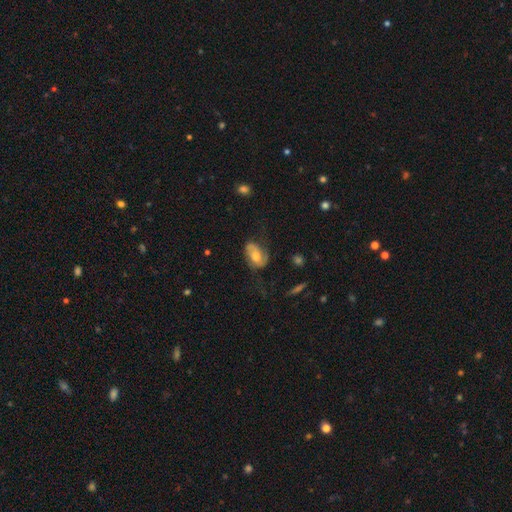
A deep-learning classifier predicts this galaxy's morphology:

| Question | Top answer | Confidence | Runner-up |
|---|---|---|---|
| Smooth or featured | featured or disk | 59% | smooth (34%) |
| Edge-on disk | no | 95% | yes (5%) |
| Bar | no | 54% | weak (33%) |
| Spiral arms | yes | 85% | no (15%) |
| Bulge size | moderate | 65% | small (20%) |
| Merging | none | 57% | minor disturbance (25%) |